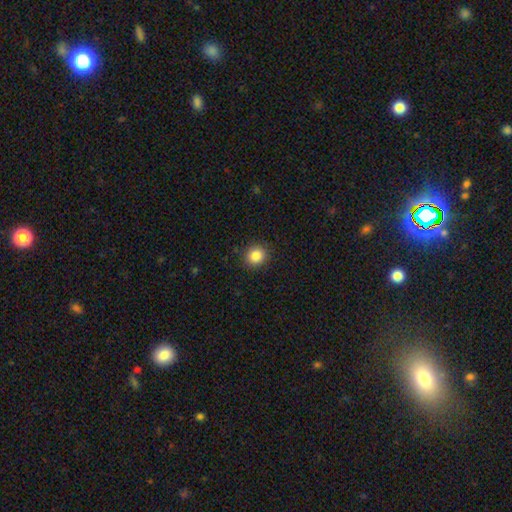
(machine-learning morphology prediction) Q: Smooth or featured?
A: smooth (85%); runner-up: star or artifact (10%)
Q: How rounded?
A: round (84%); runner-up: in between (15%)
Q: Merging?
A: none (91%); runner-up: minor disturbance (6%)